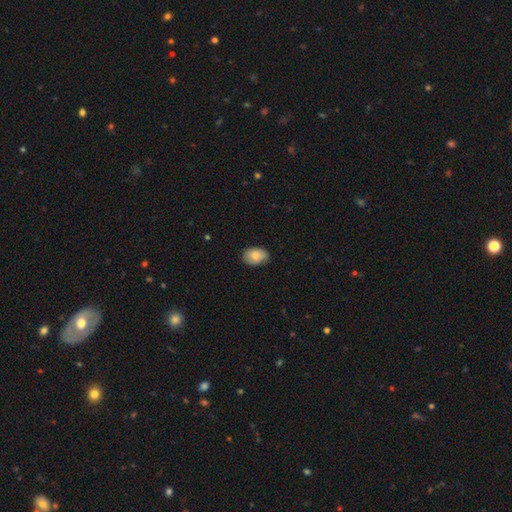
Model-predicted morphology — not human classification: This is clearly a smooth galaxy (82%). How rounded: clearly in between (86%). Merging: clearly none (80%).